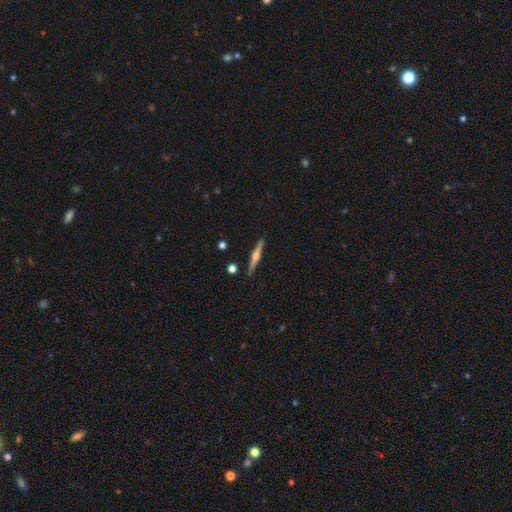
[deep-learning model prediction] A featured or disk galaxy (71%) viewed edge-on (98%) with a rounded central bulge (89%).

Vote fractions:
- Smooth or featured? featured or disk: 71% / smooth: 23% / star or artifact: 6%
- Edge-on disk? yes: 98% / no: 2%
- Edge-on bulge? rounded: 89% / boxy: 7% / none: 4%
- Merging? none: 90% / minor disturbance: 7% / merger: 2% / major disturbance: 1%